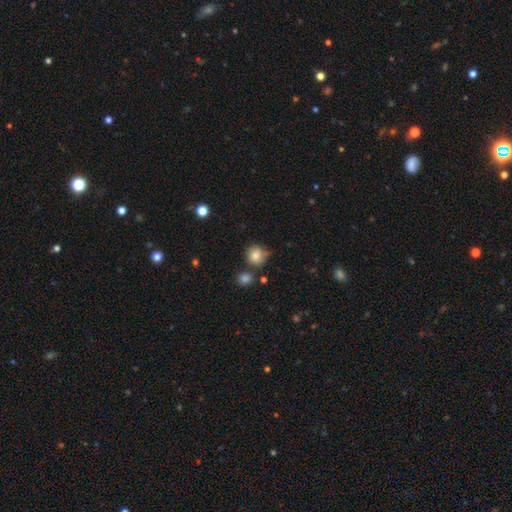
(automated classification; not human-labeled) The model was most divided on "merging": none: 67%, minor disturbance: 18%, merger: 10%, major disturbance: 4%. More confident: how rounded — round (87%); smooth or featured — smooth (82%).